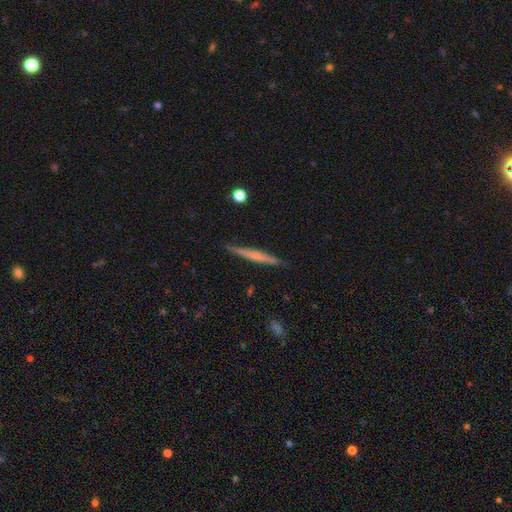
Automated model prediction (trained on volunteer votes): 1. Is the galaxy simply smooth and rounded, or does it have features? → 48% featured or disk, 46% smooth, 6% star or artifact.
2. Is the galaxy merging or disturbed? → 87% none, 10% minor disturbance, 2% major disturbance, 1% merger.